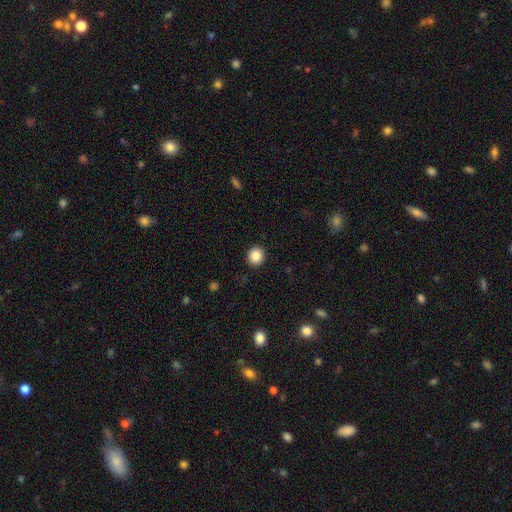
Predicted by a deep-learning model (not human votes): Overall: smooth (88%). How rounded: round (86%). Merging: none (91%).